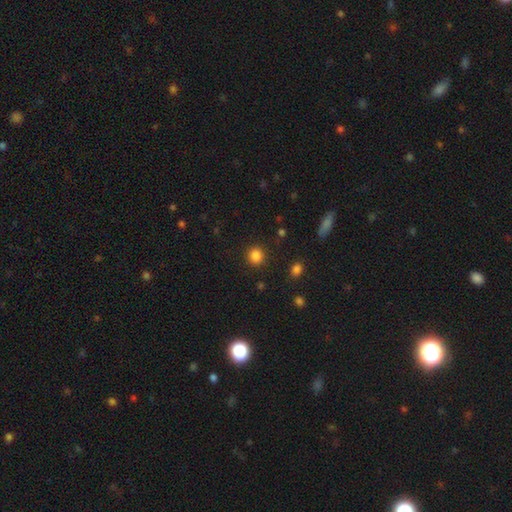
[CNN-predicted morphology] Smooth or featured? smooth (85%)
How rounded? round (89%)
Merging? none (89%)